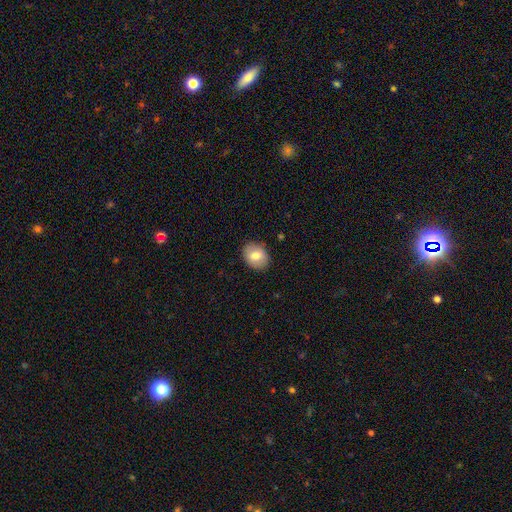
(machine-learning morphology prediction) The model was most divided on "how rounded": in between: 55%, round: 44%, cigar-shaped: 1%. More confident: merging — none (87%); smooth or featured — smooth (73%).